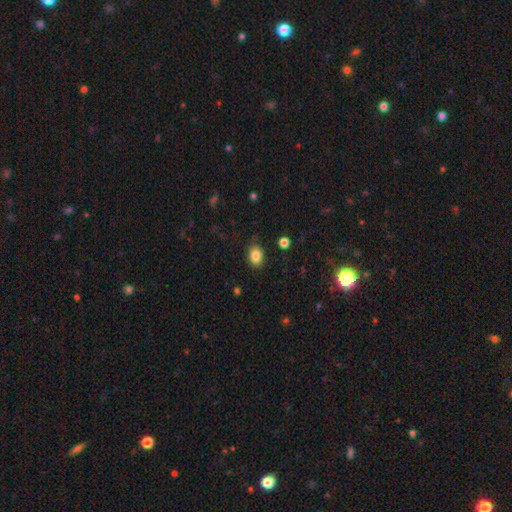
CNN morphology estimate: Smooth or featured? smooth (85%)
How rounded? in between (70%)
Merging? none (80%)